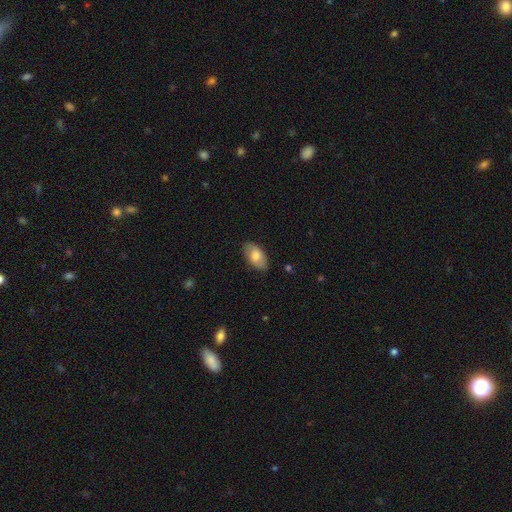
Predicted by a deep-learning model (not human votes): The model was most divided on "smooth or featured": smooth: 77%, featured or disk: 17%, star or artifact: 6%. More confident: how rounded — in between (94%); merging — none (84%).